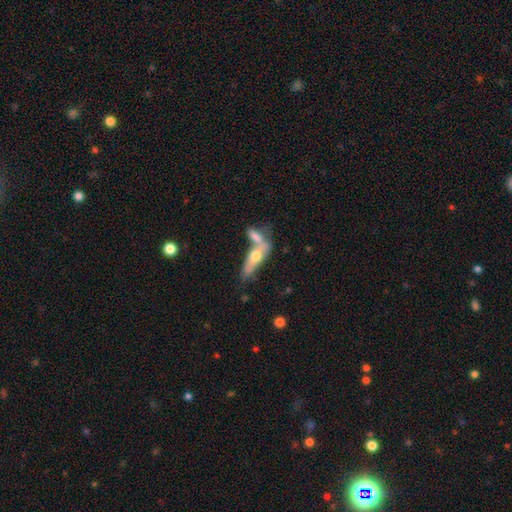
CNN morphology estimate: smooth 50%, featured or disk 43%, star or artifact 7%. Down the decision tree: how rounded — cigar-shaped (52%); merging — merger (49%).